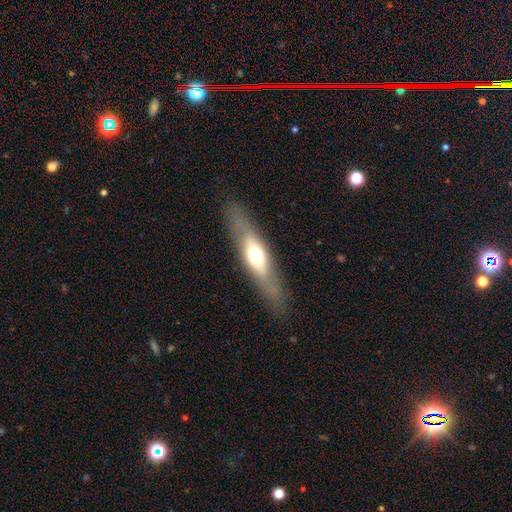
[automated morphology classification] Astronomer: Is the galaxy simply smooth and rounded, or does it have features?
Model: featured or disk — 47% (runner-up: smooth, 46%).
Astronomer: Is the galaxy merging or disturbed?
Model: none — 82%.